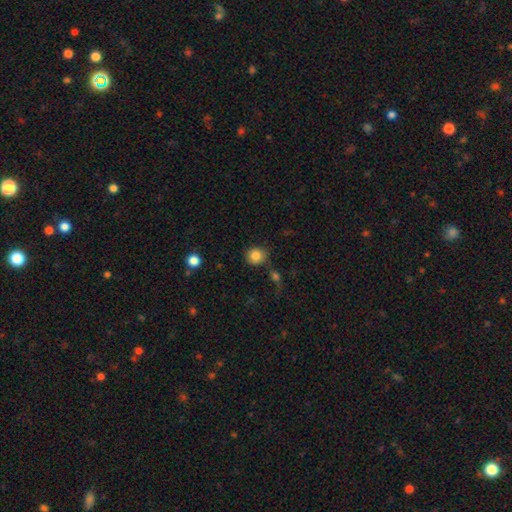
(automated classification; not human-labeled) Smooth or featured? smooth (85%)
How rounded? round (88%)
Merging? none (78%)